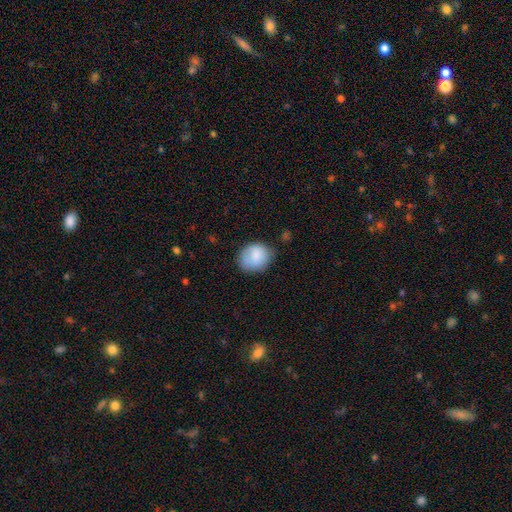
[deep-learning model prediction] Smooth or featured? Predicted: smooth (p=0.83). How rounded? Predicted: round (p=0.57). Merging? Predicted: none (p=0.67).